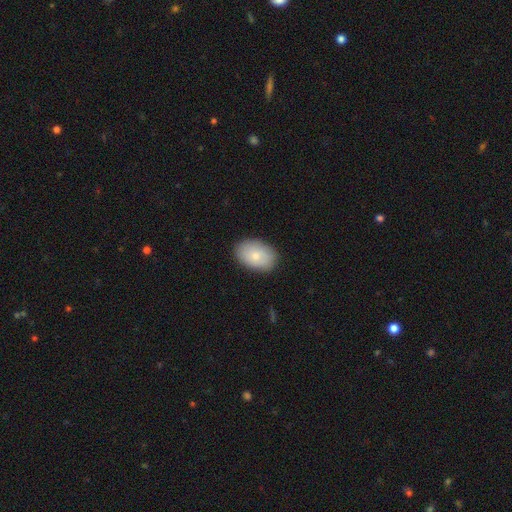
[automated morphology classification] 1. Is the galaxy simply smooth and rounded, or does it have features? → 79% smooth, 15% featured or disk, 6% star or artifact.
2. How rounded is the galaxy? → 87% in between, 12% round, 1% cigar-shaped.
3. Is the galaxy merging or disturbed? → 87% none, 10% minor disturbance, 2% major disturbance, 1% merger.